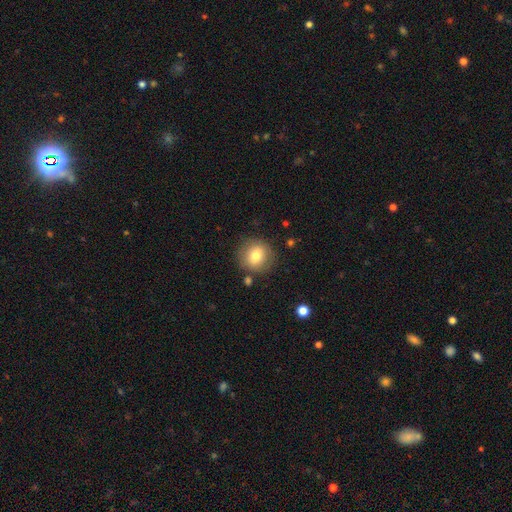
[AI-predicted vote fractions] smooth_or_featured: smooth (p=0.75) [alt: featured or disk p=0.16]
how_rounded: round (p=0.89) [alt: in between p=0.10]
merging: none (p=0.83) [alt: minor disturbance p=0.11]